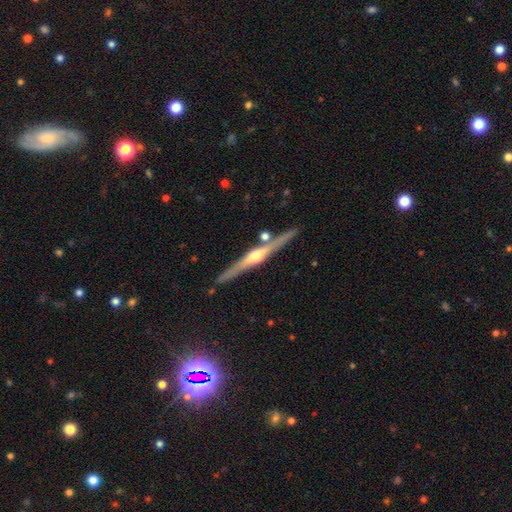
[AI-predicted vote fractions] Smooth or featured: featured or disk — 81% (smooth — 13%)
Edge-on disk: yes — 98% (no — 2%)
Edge-on bulge: rounded — 91% (boxy — 5%)
Merging: none — 84% (minor disturbance — 9%)